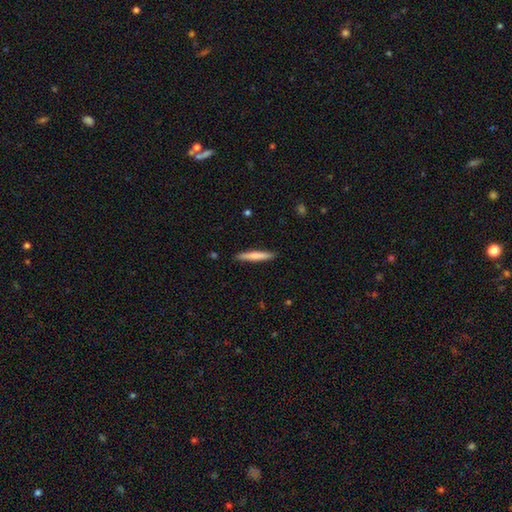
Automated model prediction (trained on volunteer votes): A smooth galaxy with no disk features (72%) that is cigar-shaped (94%). Merging: none (90%).